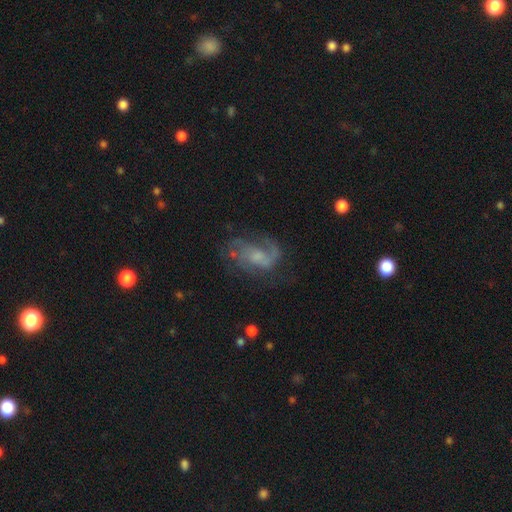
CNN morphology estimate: type=featured or disk (71%); edge-on=no (97%); bar=no (61%); spiral arms=yes (86%); winding=medium (43%); arm count=2 (42%); bulge=small (42%); merging=none (54%).